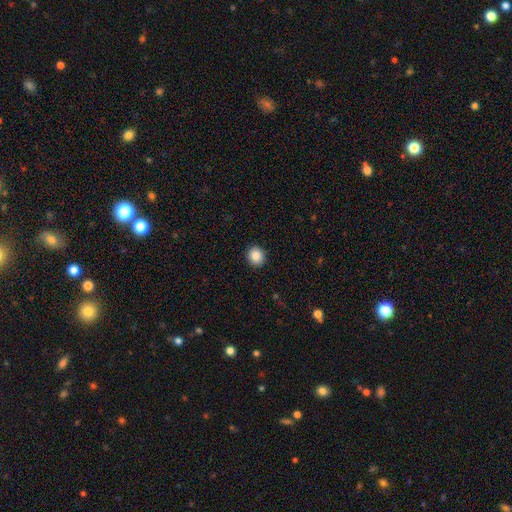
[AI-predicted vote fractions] smooth_or_featured: smooth (p=0.88) [alt: star or artifact p=0.09]
how_rounded: round (p=0.86) [alt: in between p=0.14]
merging: none (p=0.92) [alt: minor disturbance p=0.05]